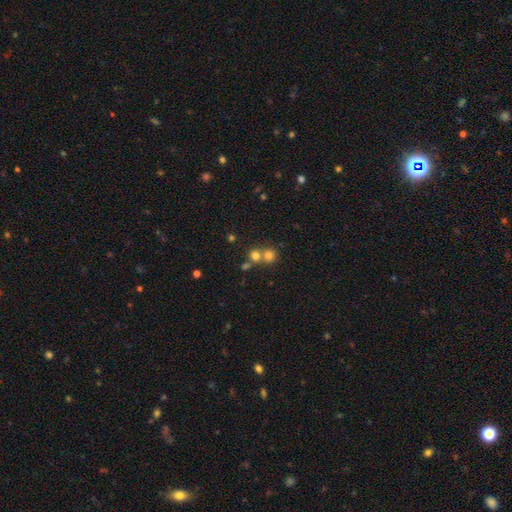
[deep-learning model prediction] smooth 72%, star or artifact 17%, featured or disk 11%. Down the decision tree: how rounded — round (87%); merging — none (47%).